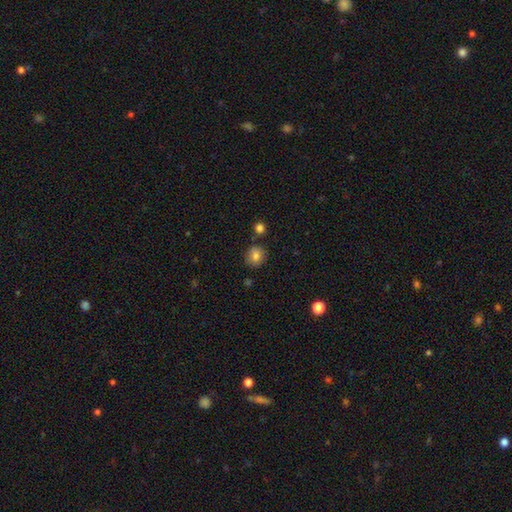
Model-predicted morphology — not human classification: Q: Smooth or featured?
A: smooth (82%); runner-up: star or artifact (10%)
Q: How rounded?
A: round (85%); runner-up: in between (14%)
Q: Merging?
A: none (81%); runner-up: minor disturbance (11%)